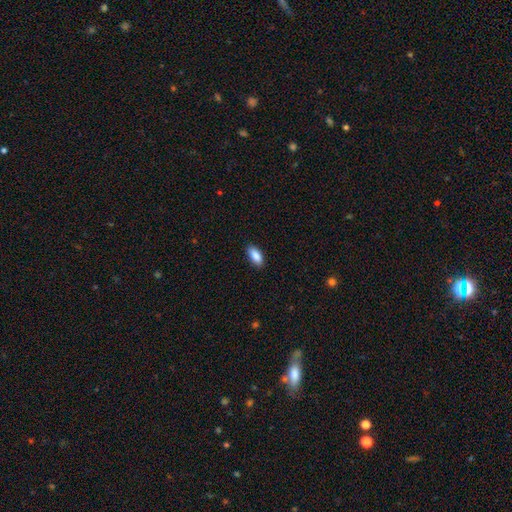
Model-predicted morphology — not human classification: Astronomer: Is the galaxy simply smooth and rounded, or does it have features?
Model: smooth — 89%.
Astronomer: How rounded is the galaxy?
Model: in between — 88%.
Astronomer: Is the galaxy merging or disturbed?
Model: none — 88%.